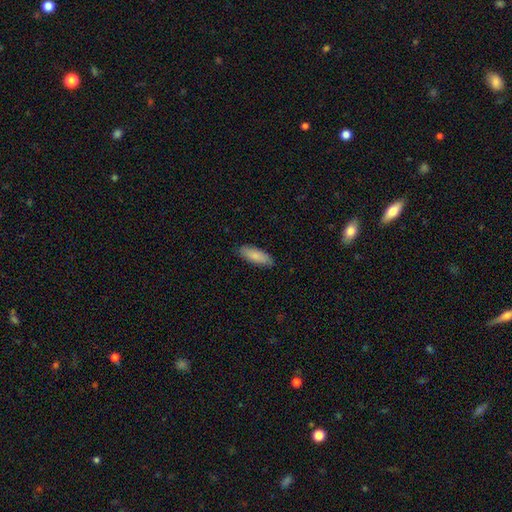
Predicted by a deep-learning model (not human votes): Morphology: type=smooth (87%); roundness=in between (67%); merging=none (86%).